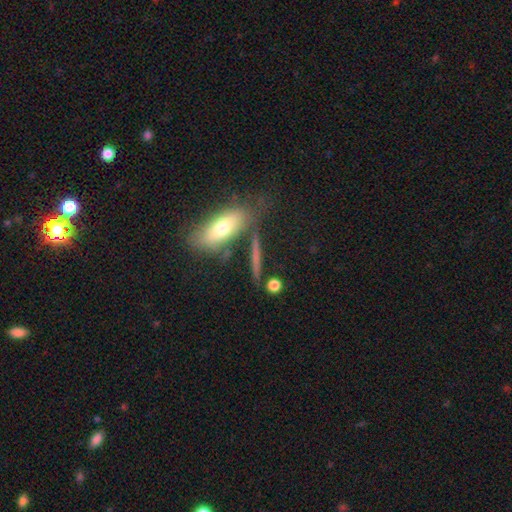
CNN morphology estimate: This appears to be a smooth galaxy with no disk features (52%) that is cigar-shaped (62%). Merging: none (65%).